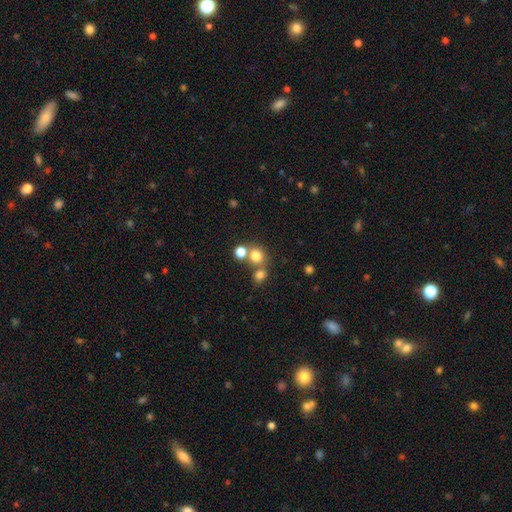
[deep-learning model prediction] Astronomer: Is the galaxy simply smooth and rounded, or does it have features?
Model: smooth — 76%.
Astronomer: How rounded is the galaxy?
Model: round — 83%.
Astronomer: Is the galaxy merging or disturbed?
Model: none — 57%.